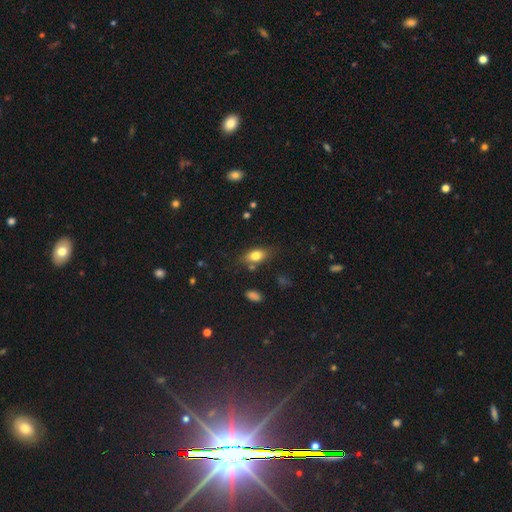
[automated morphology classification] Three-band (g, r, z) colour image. It shows a smooth galaxy with no disk features (77%) that is in between round and cigar-shaped (82%). Merging: none (73%).